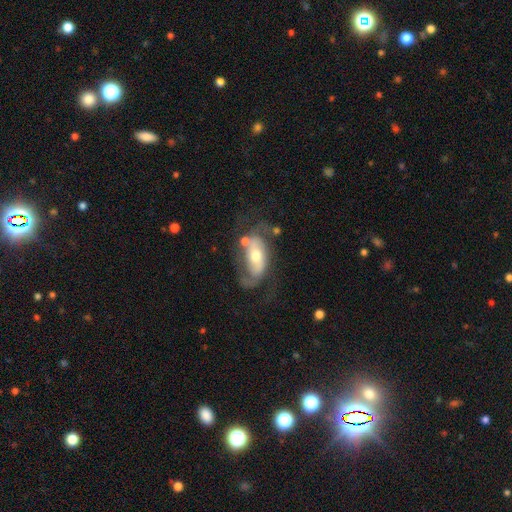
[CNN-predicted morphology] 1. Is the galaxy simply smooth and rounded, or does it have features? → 72% featured or disk, 22% smooth, 6% star or artifact.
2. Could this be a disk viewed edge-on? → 92% no, 8% yes.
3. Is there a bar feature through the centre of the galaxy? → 52% no, 30% weak, 17% strong.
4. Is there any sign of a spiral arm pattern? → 80% yes, 20% no.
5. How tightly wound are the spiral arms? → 41% medium, 33% loose, 26% tight.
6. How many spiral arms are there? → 61% 2, 17% can't tell, 16% 1, 3% 3, 1% 4, 1% more than 4.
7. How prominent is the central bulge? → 64% moderate, 25% small, 8% large, 1% none, 1% dominant.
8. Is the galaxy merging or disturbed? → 44% none, 26% major disturbance, 21% minor disturbance, 8% merger.